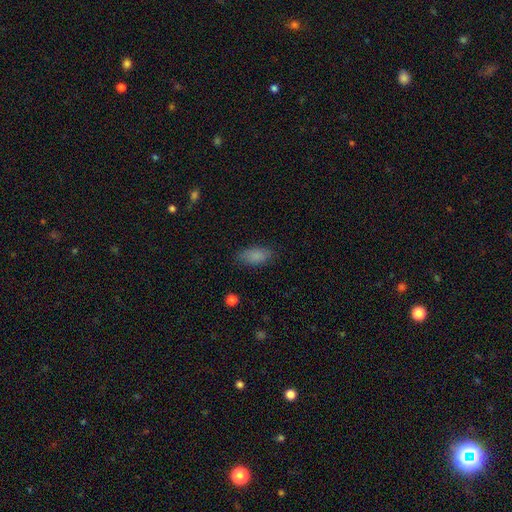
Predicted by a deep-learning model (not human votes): Smooth or featured?
  - smooth: 85% *
  - star or artifact: 9%
  - featured or disk: 7%
How rounded?
  - in between: 90% *
  - cigar-shaped: 7%
  - round: 3%
Merging?
  - none: 80% *
  - minor disturbance: 15%
  - major disturbance: 4%
  - merger: 1%